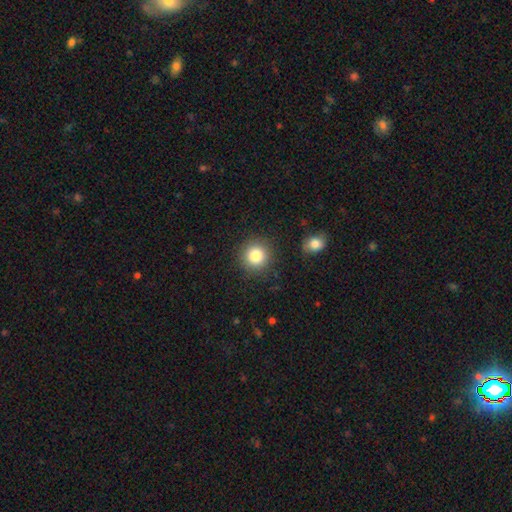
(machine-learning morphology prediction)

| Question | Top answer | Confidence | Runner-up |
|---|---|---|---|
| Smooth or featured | smooth | 83% | star or artifact (10%) |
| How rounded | round | 93% | in between (6%) |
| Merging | none | 88% | minor disturbance (7%) |